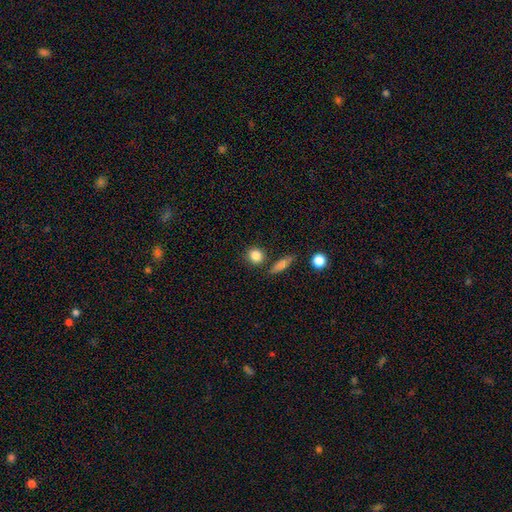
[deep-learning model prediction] A smooth galaxy with no disk features (85%) that is round (83%).

Vote fractions:
- Smooth or featured? smooth: 85% / star or artifact: 9% / featured or disk: 5%
- How rounded? round: 83% / in between: 15% / cigar-shaped: 2%
- Merging? none: 81% / minor disturbance: 9% / merger: 7% / major disturbance: 3%